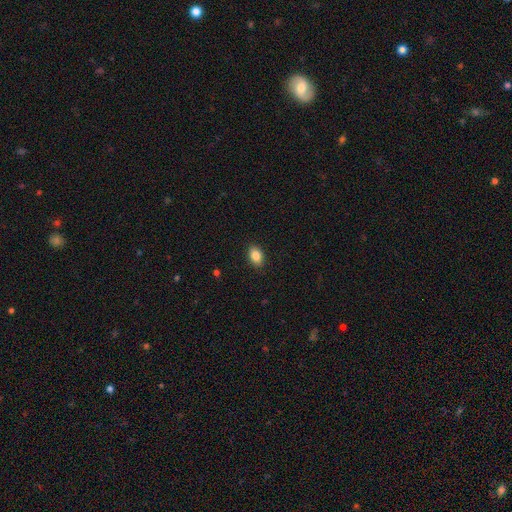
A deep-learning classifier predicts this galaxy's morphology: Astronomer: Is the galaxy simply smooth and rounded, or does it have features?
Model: smooth — 86%.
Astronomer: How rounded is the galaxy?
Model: in between — 85%.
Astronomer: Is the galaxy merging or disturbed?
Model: none — 90%.